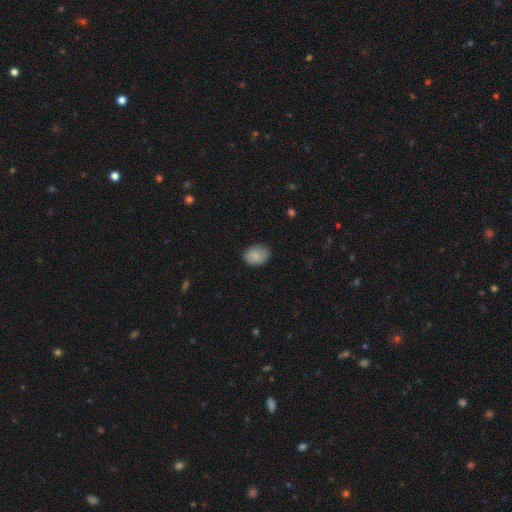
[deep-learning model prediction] This appears to be a smooth galaxy with no disk features (85%) that is in between round and cigar-shaped (64%). Merging: none (82%).